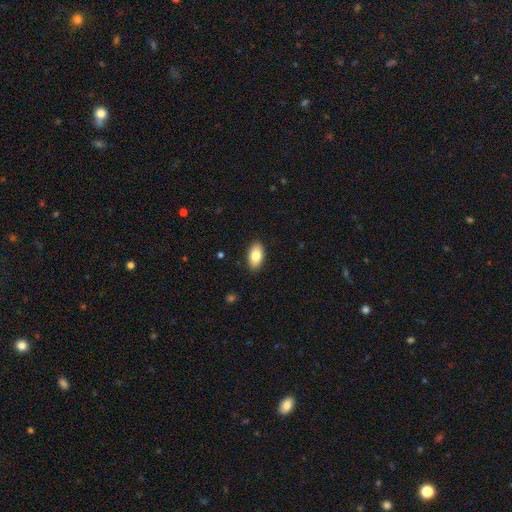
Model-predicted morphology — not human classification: smooth 80%, featured or disk 13%, star or artifact 7%. Down the decision tree: how rounded — in between (93%); merging — none (89%).